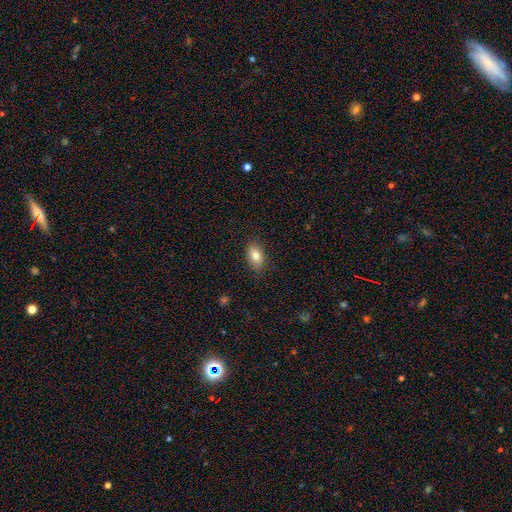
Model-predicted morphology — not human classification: A smooth galaxy with no disk features (79%) that is in between round and cigar-shaped (87%). Merging: none (85%).